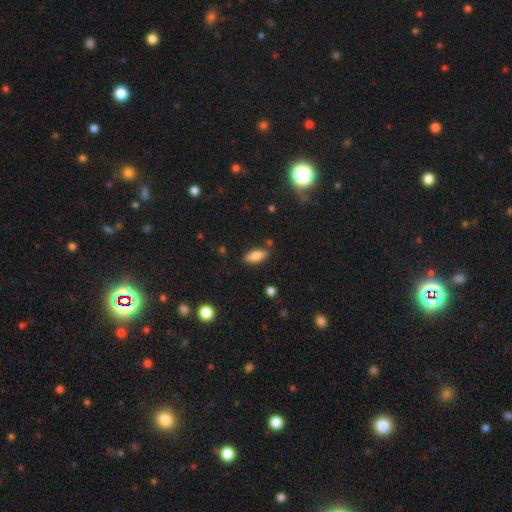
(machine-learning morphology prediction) type=smooth (77%); roundness=in between (81%); merging=none (82%).